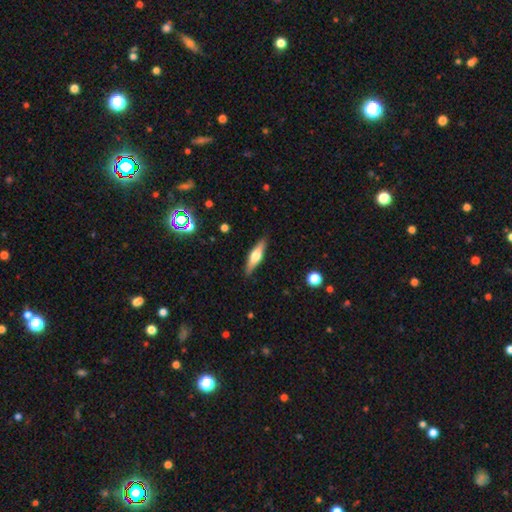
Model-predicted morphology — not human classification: Smooth or featured?
  - featured or disk: 51% *
  - smooth: 43%
  - star or artifact: 6%
Edge-on disk?
  - yes: 93% *
  - no: 7%
Merging?
  - none: 88% *
  - minor disturbance: 9%
  - major disturbance: 2%
  - merger: 1%